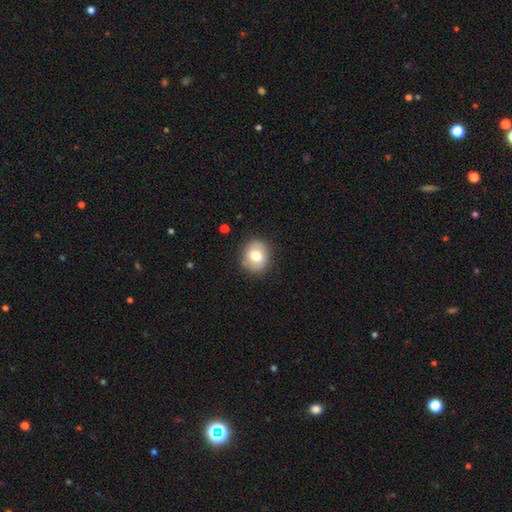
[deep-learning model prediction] Smooth or featured? Predicted: smooth (p=0.71). How rounded? Predicted: round (p=0.70). Merging? Predicted: none (p=0.84).